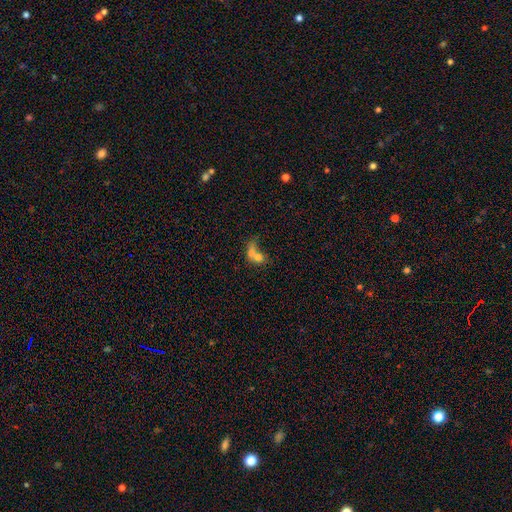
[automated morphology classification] Smooth or featured: smooth — 66% (featured or disk — 22%)
How rounded: in between — 49% (round — 47%)
Merging: merger — 68% (none — 16%)